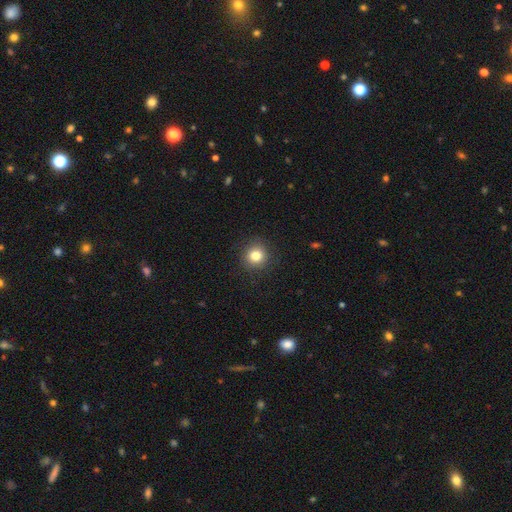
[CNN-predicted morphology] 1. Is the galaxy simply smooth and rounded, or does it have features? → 82% smooth, 12% star or artifact, 6% featured or disk.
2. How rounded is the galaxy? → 90% round, 9% in between, 1% cigar-shaped.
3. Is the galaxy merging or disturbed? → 90% none, 6% minor disturbance, 2% major disturbance, 1% merger.